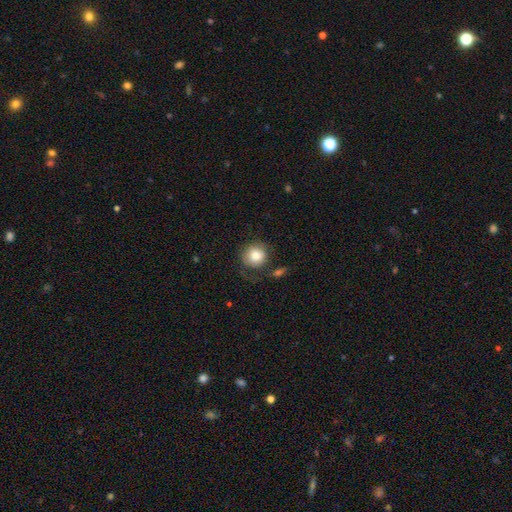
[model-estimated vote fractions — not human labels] The model was most divided on "merging": none: 61%, minor disturbance: 19%, major disturbance: 14%, merger: 6%. More confident: how rounded — round (89%); smooth or featured — smooth (81%).